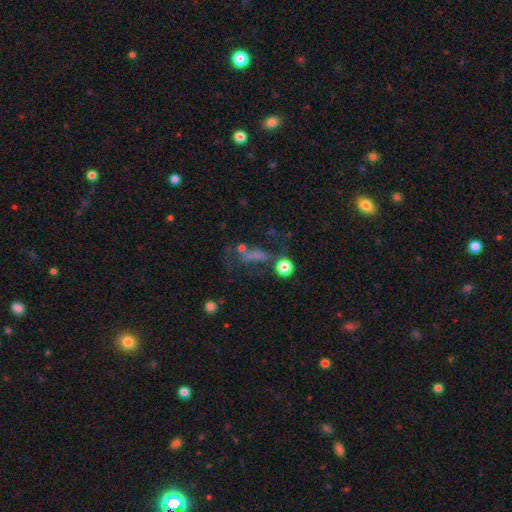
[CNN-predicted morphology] smooth_or_featured: smooth (p=0.36) [alt: star or artifact p=0.35]
merging: none (p=0.36) [alt: major disturbance p=0.34]